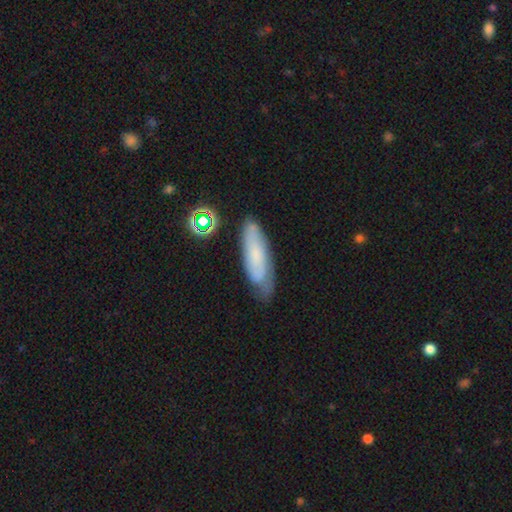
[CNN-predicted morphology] smooth 50%, featured or disk 41%, star or artifact 8%. Down the decision tree: how rounded — in between (50%); merging — none (62%).